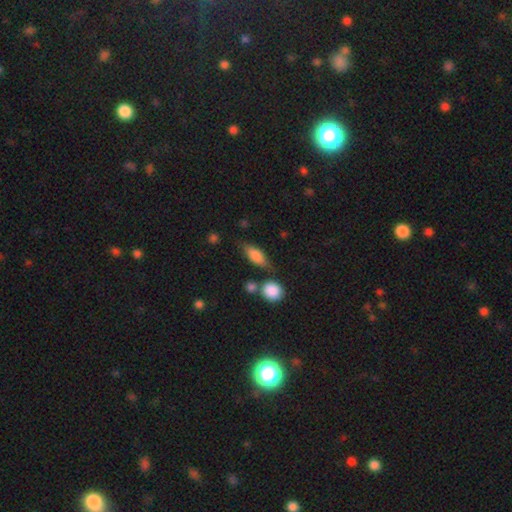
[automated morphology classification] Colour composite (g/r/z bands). It shows a smooth galaxy with no disk features (75%) that is in between round and cigar-shaped (73%). Merging: none (65%).